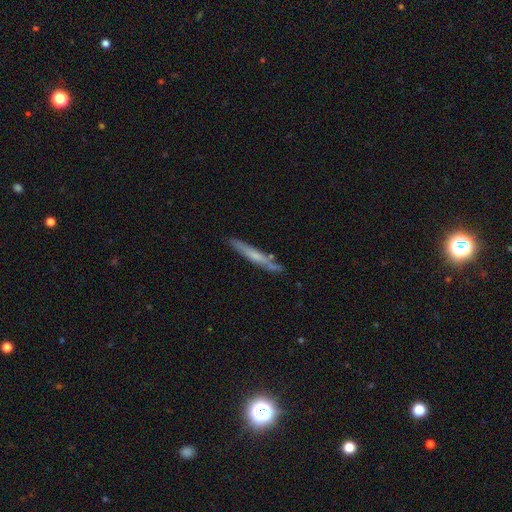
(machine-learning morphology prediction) A smooth galaxy with no disk features (48%). Merging: none (78%).